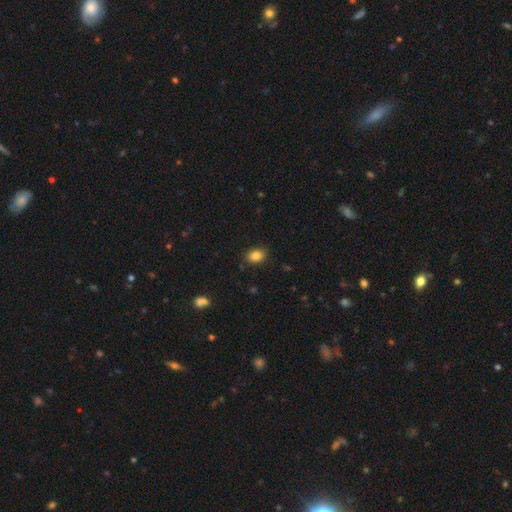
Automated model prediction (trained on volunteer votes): Smooth or featured? Predicted: smooth (p=0.85). How rounded? Predicted: in between (p=0.77). Merging? Predicted: none (p=0.85).